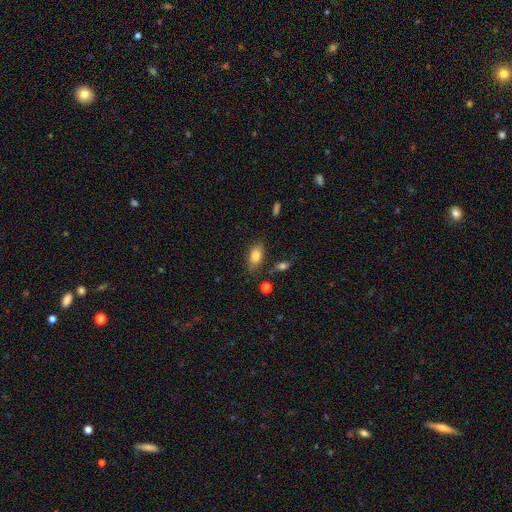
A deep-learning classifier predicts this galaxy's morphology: Smooth or featured? smooth (83%)
How rounded? in between (88%)
Merging? none (76%)